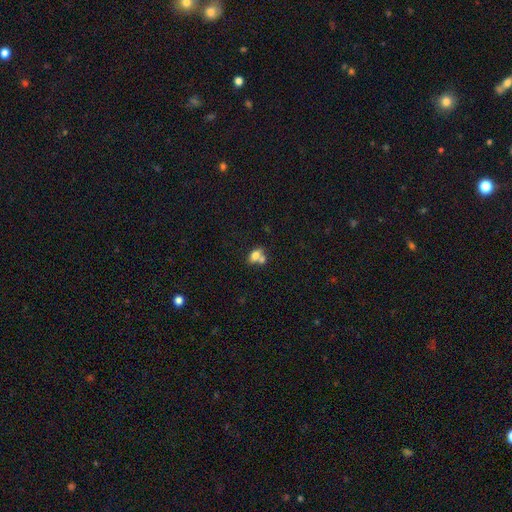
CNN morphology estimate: Q: Smooth or featured?
A: smooth (75%); runner-up: featured or disk (16%)
Q: How rounded?
A: in between (76%); runner-up: round (21%)
Q: Merging?
A: merger (50%); runner-up: none (35%)